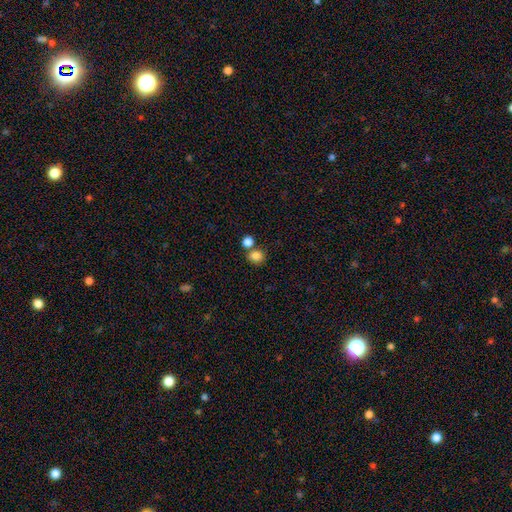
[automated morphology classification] Smooth or featured? smooth (83%)
How rounded? round (72%)
Merging? none (63%)